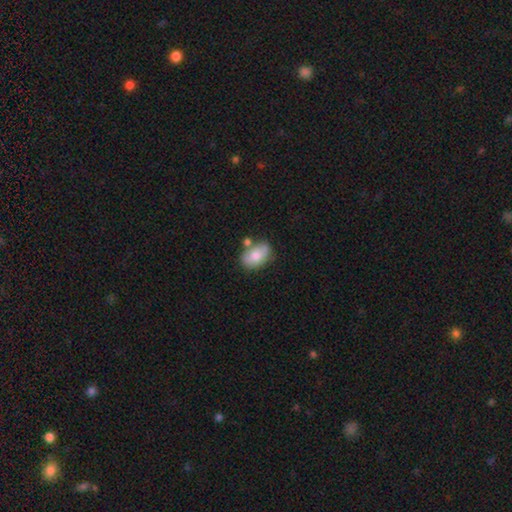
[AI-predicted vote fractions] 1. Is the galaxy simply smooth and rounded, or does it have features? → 73% smooth, 20% featured or disk, 7% star or artifact.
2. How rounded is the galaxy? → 85% in between, 13% round, 1% cigar-shaped.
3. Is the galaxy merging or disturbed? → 59% none, 21% minor disturbance, 15% merger, 5% major disturbance.